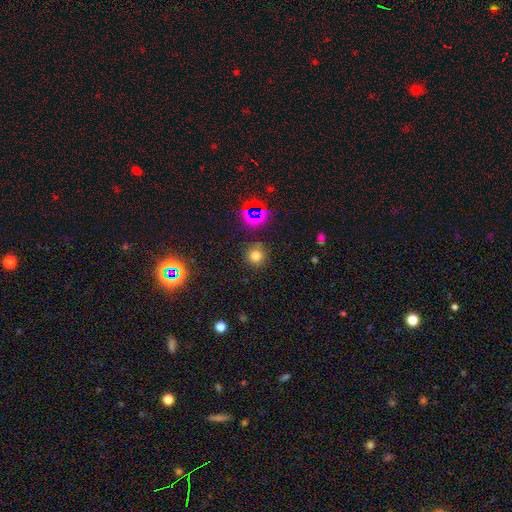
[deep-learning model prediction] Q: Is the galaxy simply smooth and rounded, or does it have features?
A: smooth — 71%.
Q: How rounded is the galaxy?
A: round — 93%.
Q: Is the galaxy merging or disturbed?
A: none — 86%.